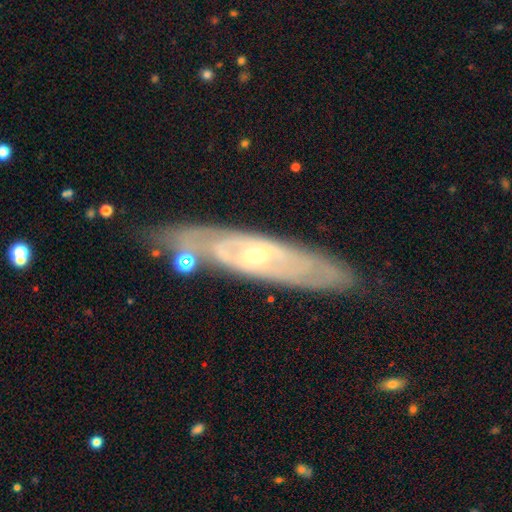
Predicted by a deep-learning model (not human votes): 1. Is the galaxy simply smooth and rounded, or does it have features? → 79% featured or disk, 14% smooth, 6% star or artifact.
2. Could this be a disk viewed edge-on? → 66% no, 34% yes.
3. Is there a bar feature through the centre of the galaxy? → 44% no, 38% weak, 18% strong.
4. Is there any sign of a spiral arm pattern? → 74% yes, 26% no.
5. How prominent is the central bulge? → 62% small, 34% moderate, 2% large, 1% none, 1% dominant.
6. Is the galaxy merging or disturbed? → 77% none, 15% minor disturbance, 4% major disturbance, 4% merger.